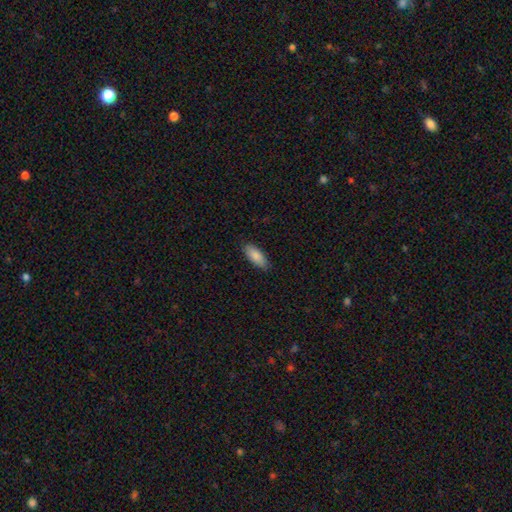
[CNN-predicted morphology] Q: Smooth or featured?
A: smooth (87%); runner-up: featured or disk (8%)
Q: How rounded?
A: in between (81%); runner-up: cigar-shaped (17%)
Q: Merging?
A: none (86%); runner-up: minor disturbance (11%)